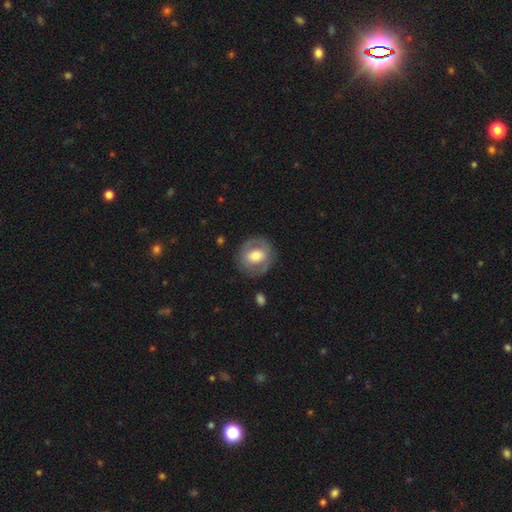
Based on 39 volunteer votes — Volunteers were most divided on "smooth or featured": smooth: 49%, featured or disk: 44%, star or artifact: 8%. More confident: how rounded — round (84%); merging — none (61%).